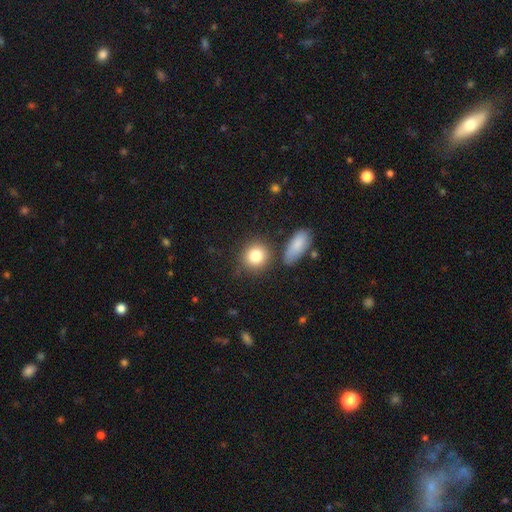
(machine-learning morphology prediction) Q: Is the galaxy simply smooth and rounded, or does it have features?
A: smooth — 84%.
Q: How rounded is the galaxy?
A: round — 81%.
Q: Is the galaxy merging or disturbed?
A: none — 75%.